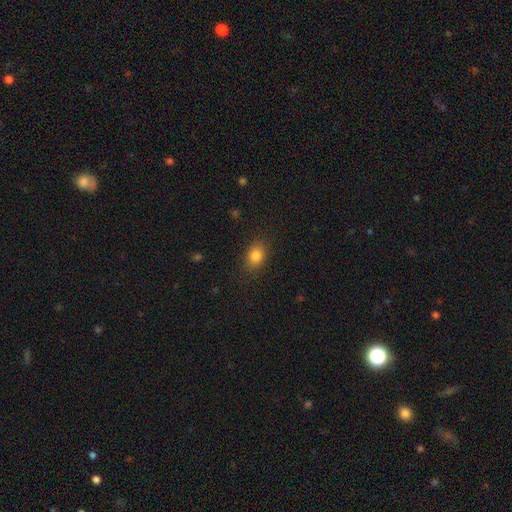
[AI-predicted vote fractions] The model was most divided on "how rounded": in between: 71%, round: 28%, cigar-shaped: 2%. More confident: merging — none (84%); smooth or featured — smooth (83%).